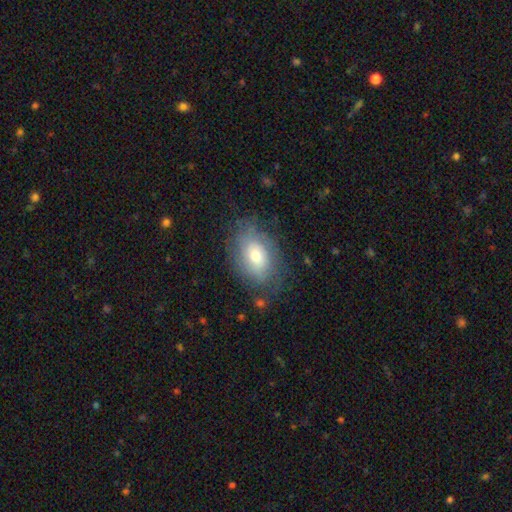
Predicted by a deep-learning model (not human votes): A smooth galaxy with no disk features (55%) that is in between round and cigar-shaped (85%). Merging: none (70%).